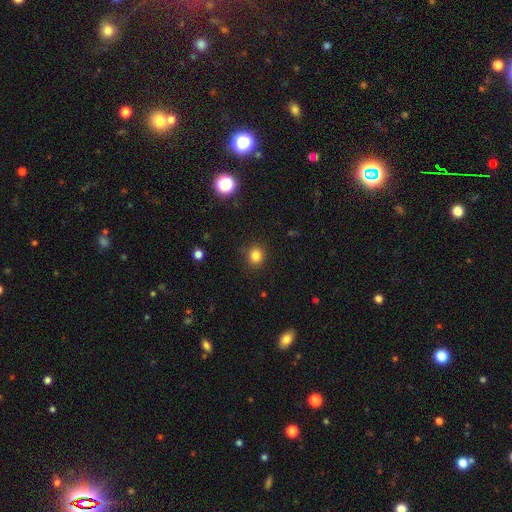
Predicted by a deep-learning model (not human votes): smooth-or-featured: smooth: 83% | star or artifact: 13% | featured or disk: 5%
  how-rounded: round: 85% | in between: 14% | cigar-shaped: 1%
  merging: none: 88% | minor disturbance: 8% | major disturbance: 3% | merger: 1%